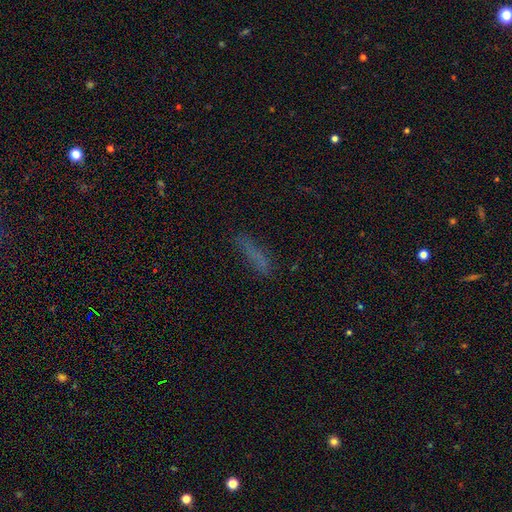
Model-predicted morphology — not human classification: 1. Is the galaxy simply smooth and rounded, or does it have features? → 66% smooth, 17% featured or disk, 17% star or artifact.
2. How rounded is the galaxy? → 83% cigar-shaped, 15% in between, 2% round.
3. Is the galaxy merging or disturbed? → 74% none, 17% minor disturbance, 6% major disturbance, 2% merger.